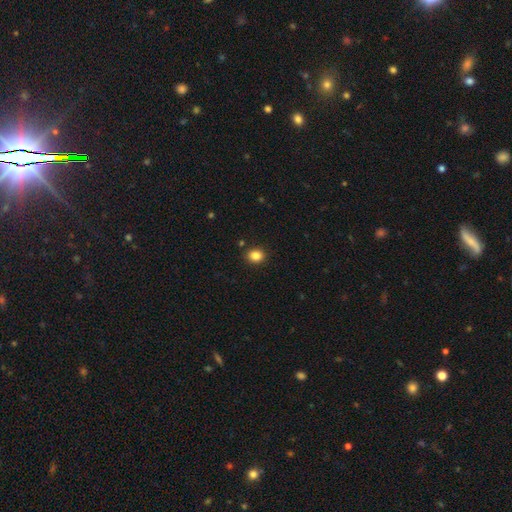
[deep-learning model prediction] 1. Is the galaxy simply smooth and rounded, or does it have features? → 85% smooth, 11% star or artifact, 4% featured or disk.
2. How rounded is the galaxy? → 61% round, 38% in between, 1% cigar-shaped.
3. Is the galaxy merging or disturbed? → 89% none, 7% minor disturbance, 2% major disturbance, 2% merger.